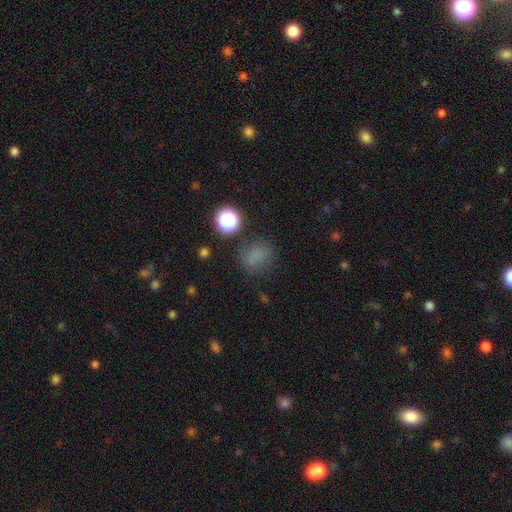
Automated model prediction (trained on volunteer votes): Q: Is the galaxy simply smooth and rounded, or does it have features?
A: smooth — 69%.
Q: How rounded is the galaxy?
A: round — 59%.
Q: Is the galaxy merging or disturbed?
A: none — 69%.